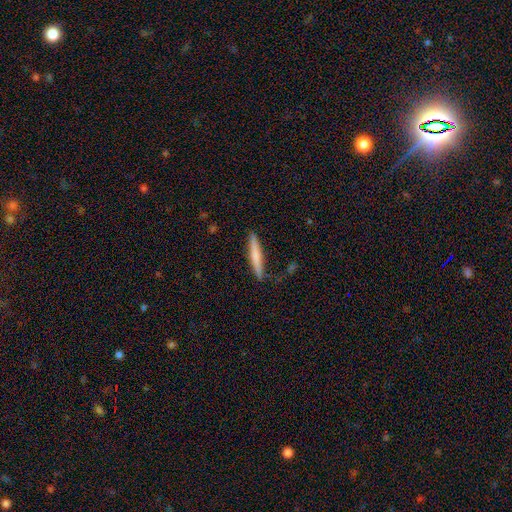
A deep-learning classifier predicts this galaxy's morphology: Q: Smooth or featured?
A: smooth (61%); runner-up: featured or disk (33%)
Q: How rounded?
A: cigar-shaped (94%); runner-up: in between (5%)
Q: Merging?
A: none (82%); runner-up: minor disturbance (13%)